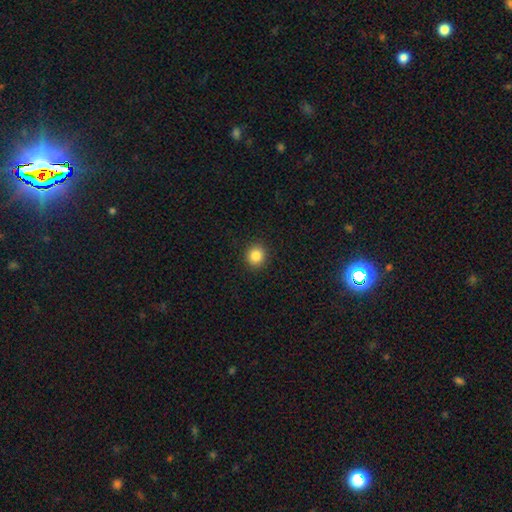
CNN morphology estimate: This is clearly a smooth galaxy (86%). How rounded: clearly round (84%). Merging: clearly none (91%).